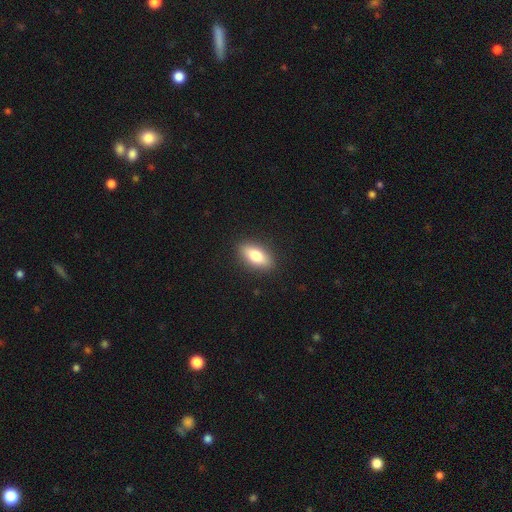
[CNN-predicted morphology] A smooth galaxy with no disk features (78%) that is in between round and cigar-shaped (82%).

Vote fractions:
- Smooth or featured? smooth: 78% / featured or disk: 15% / star or artifact: 7%
- How rounded? in between: 82% / cigar-shaped: 14% / round: 4%
- Merging? none: 88% / minor disturbance: 8% / major disturbance: 2% / merger: 1%